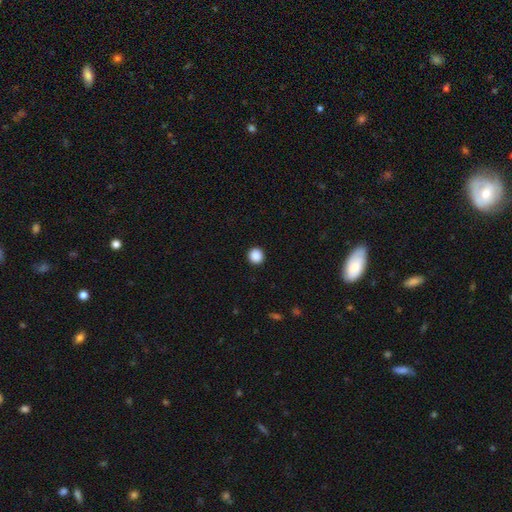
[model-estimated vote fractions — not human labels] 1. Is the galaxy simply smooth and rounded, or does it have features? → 89% smooth, 9% star or artifact, 2% featured or disk.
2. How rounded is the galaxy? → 94% round, 5% in between, 1% cigar-shaped.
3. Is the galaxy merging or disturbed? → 93% none, 4% minor disturbance, 2% major disturbance, 1% merger.